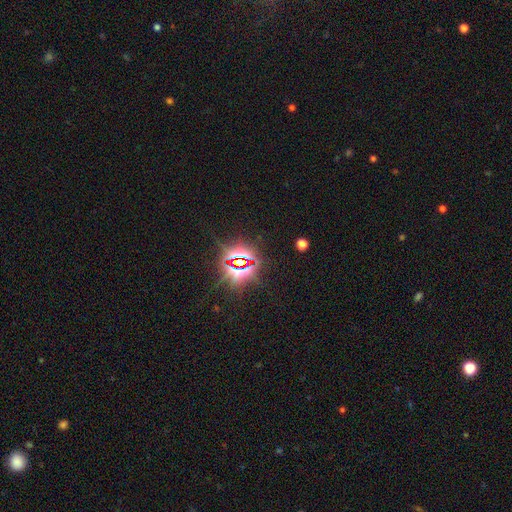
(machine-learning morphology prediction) Overall: star or artifact (82%).